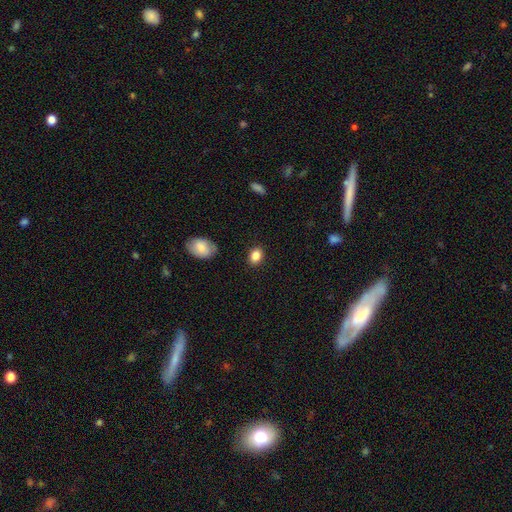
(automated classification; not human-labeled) Smooth or featured? smooth (86%)
How rounded? in between (68%)
Merging? none (87%)